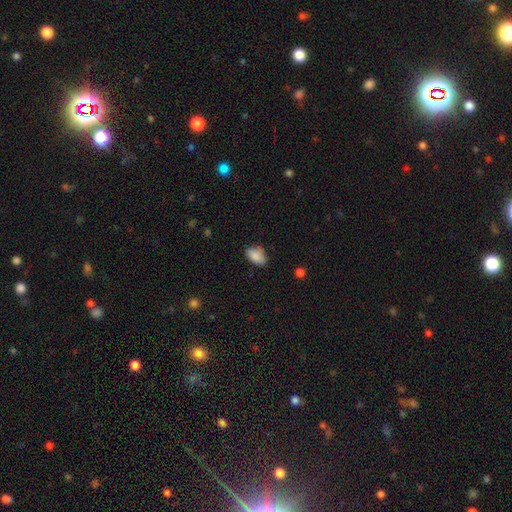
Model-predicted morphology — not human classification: This appears to be a smooth galaxy with no disk features (87%) that is in between round and cigar-shaped (88%). Merging: none (73%).